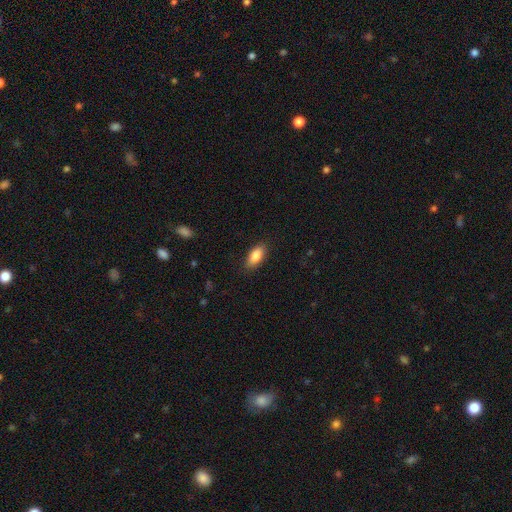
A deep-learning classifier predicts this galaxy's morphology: smooth 86%, featured or disk 8%, star or artifact 7%. Down the decision tree: how rounded — in between (86%); merging — none (85%).